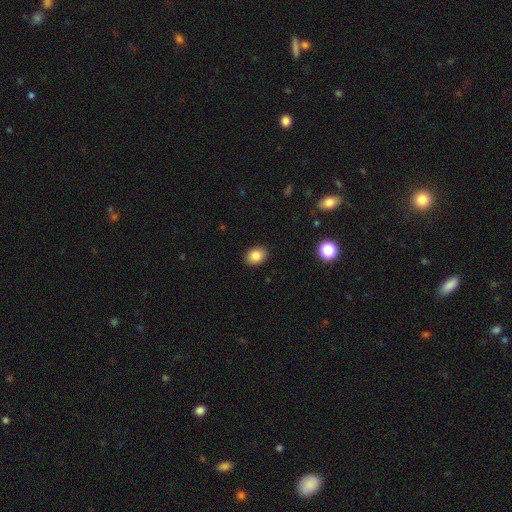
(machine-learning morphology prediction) type=smooth (85%); roundness=in between (60%); merging=none (90%).